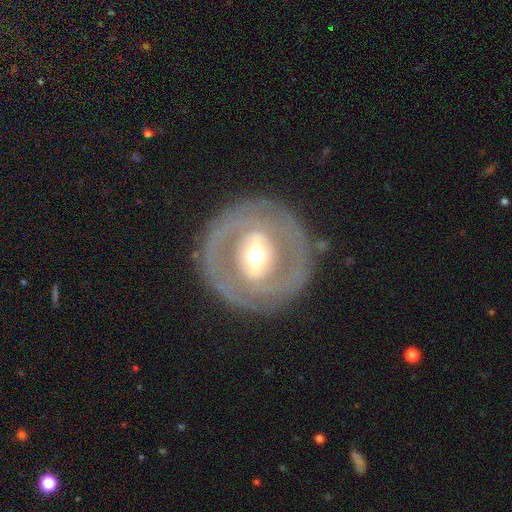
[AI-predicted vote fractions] Morphology: type=featured or disk (73%); edge-on=no (91%); bar=strong (47%); spiral arms=no (66%); bulge=moderate (62%); merging=none (79%).